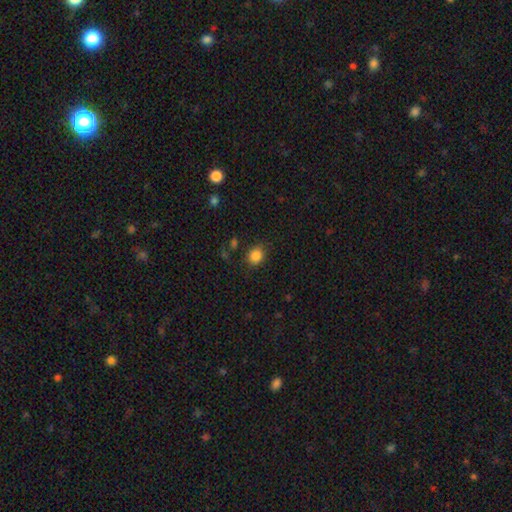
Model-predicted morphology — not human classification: smooth 85%, star or artifact 11%, featured or disk 4%. Down the decision tree: how rounded — round (67%); merging — none (82%).